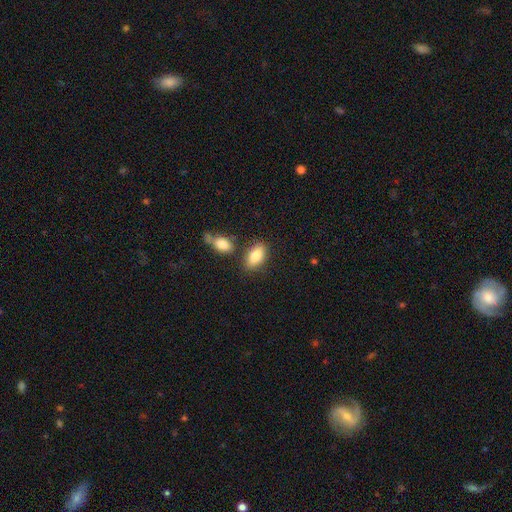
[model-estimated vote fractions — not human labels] Overall: smooth (83%). How rounded: in between (90%). Merging: none (71%).